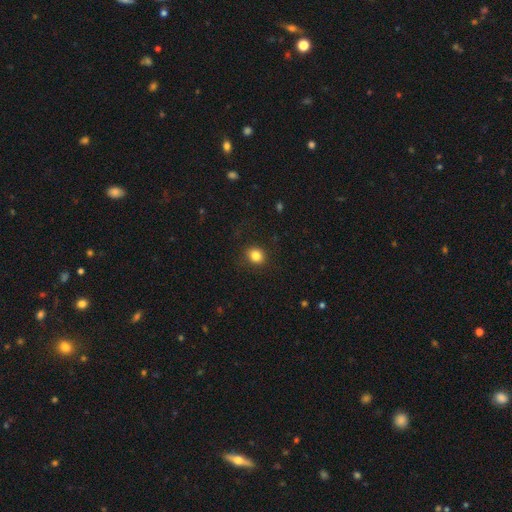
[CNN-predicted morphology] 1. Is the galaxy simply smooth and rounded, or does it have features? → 84% smooth, 11% star or artifact, 5% featured or disk.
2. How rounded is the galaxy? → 72% round, 27% in between, 1% cigar-shaped.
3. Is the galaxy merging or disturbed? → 87% none, 9% minor disturbance, 3% major disturbance, 1% merger.